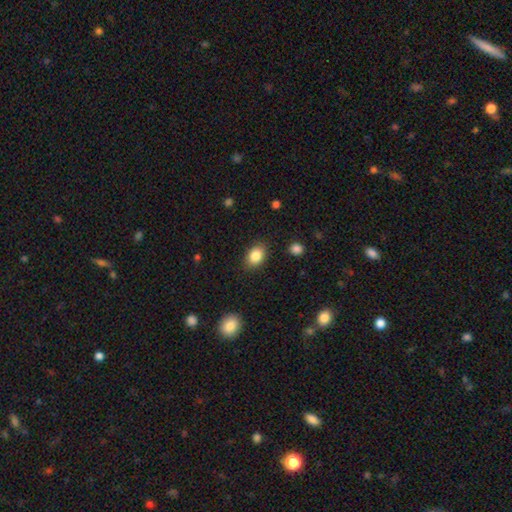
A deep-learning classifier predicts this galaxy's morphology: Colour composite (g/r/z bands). It shows a smooth galaxy with no disk features (85%) that is in between round and cigar-shaped (77%). Merging: none (86%).